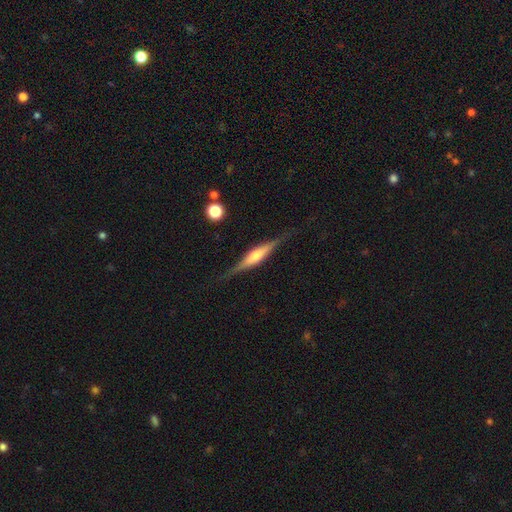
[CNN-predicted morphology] This appears to be a featured or disk galaxy (71%) viewed edge-on (97%) with a rounded central bulge (71%). Merging: none (84%).